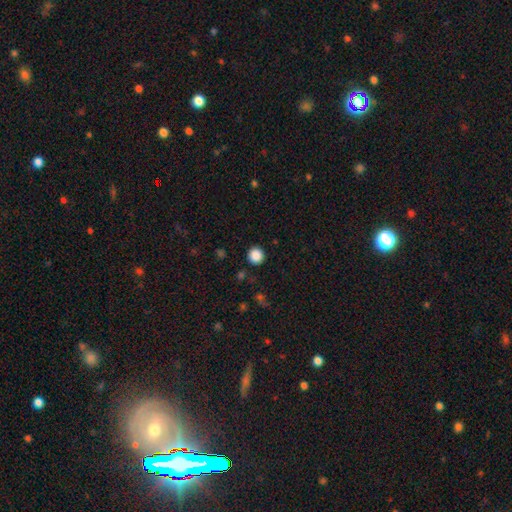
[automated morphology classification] Q: Smooth or featured?
A: smooth (87%); runner-up: star or artifact (10%)
Q: How rounded?
A: round (95%); runner-up: in between (4%)
Q: Merging?
A: none (92%); runner-up: minor disturbance (5%)